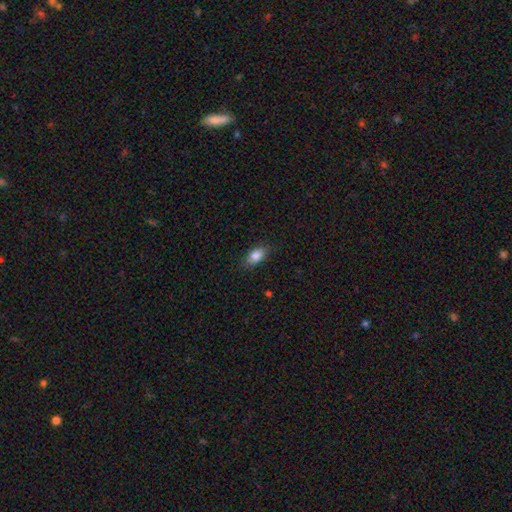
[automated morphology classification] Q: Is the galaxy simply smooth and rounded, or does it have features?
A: smooth — 84%.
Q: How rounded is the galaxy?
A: in between — 88%.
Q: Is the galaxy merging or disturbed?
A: none — 83%.